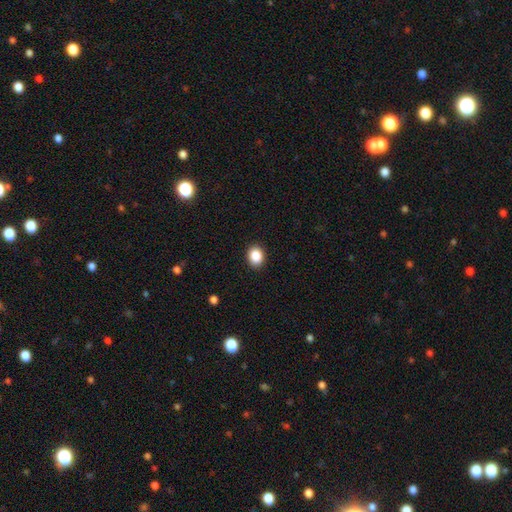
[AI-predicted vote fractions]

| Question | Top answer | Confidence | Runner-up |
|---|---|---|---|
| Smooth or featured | smooth | 88% | star or artifact (9%) |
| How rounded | in between | 51% | round (48%) |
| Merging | none | 91% | minor disturbance (7%) |